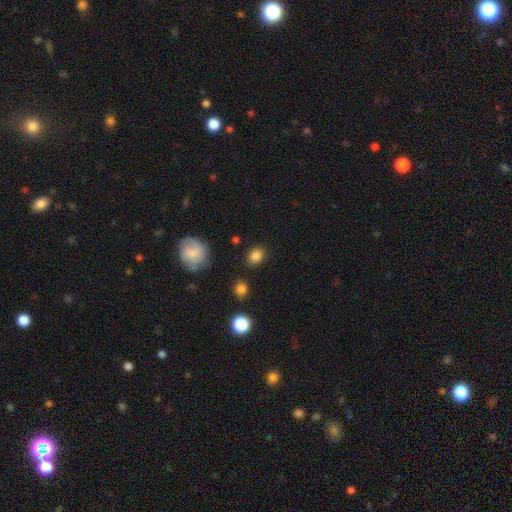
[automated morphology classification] This is clearly a smooth galaxy (84%). How rounded: likely round (60%). Merging: clearly none (85%).